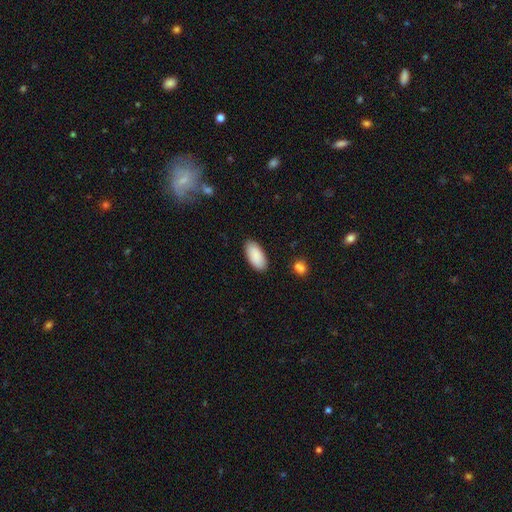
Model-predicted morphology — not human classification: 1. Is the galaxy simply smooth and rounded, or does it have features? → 91% smooth, 6% star or artifact, 4% featured or disk.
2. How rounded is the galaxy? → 93% in between, 5% cigar-shaped, 2% round.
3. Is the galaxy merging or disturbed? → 88% none, 8% minor disturbance, 2% major disturbance, 1% merger.